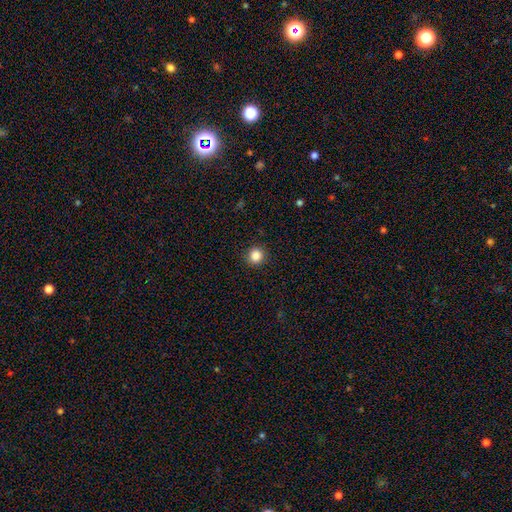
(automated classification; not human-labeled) Overall: smooth (86%). How rounded: round (93%). Merging: none (92%).